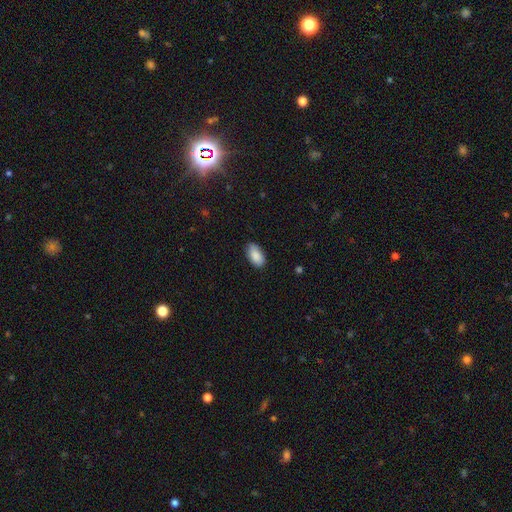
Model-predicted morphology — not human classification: This appears to be a smooth galaxy with no disk features (89%) that is in between round and cigar-shaped (94%). Merging: none (81%).